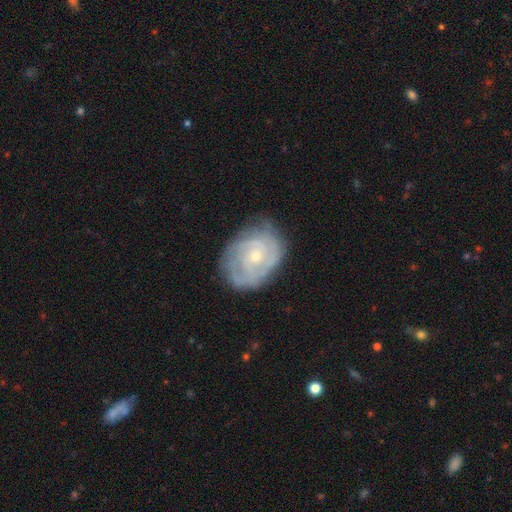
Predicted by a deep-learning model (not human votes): smooth_or_featured: featured or disk (p=0.80) [alt: smooth p=0.14]
disk_edge_on: no (p=0.97) [alt: yes p=0.03]
bar: no (p=0.74) [alt: weak p=0.23]
has_spiral_arms: yes (p=0.91) [alt: no p=0.09]
spiral_winding: tight (p=0.69) [alt: medium p=0.25]
spiral_arm_count: can't tell (p=0.37) [alt: 2 p=0.27]
bulge_size: small (p=0.63) [alt: moderate p=0.34]
merging: none (p=0.71) [alt: minor disturbance p=0.21]